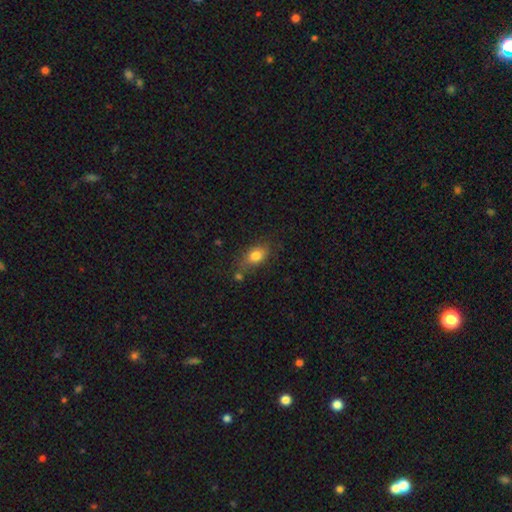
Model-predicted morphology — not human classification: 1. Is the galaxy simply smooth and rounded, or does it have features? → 81% smooth, 10% featured or disk, 9% star or artifact.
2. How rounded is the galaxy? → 80% in between, 17% round, 4% cigar-shaped.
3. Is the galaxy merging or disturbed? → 66% none, 20% minor disturbance, 9% merger, 6% major disturbance.